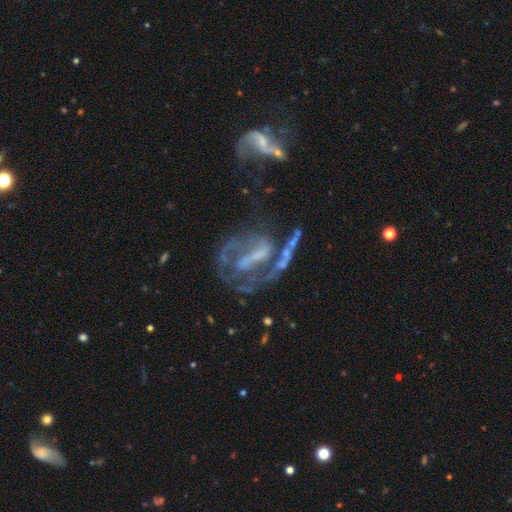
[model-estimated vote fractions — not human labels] The model was most divided on "merging": major disturbance: 35%, merger: 27%, none: 25%, minor disturbance: 13%. Remaining: edge-on disk — no (95%); smooth or featured — featured or disk (77%); spiral arms — yes (67%); bulge size — none (49%); bar — strong (42%).